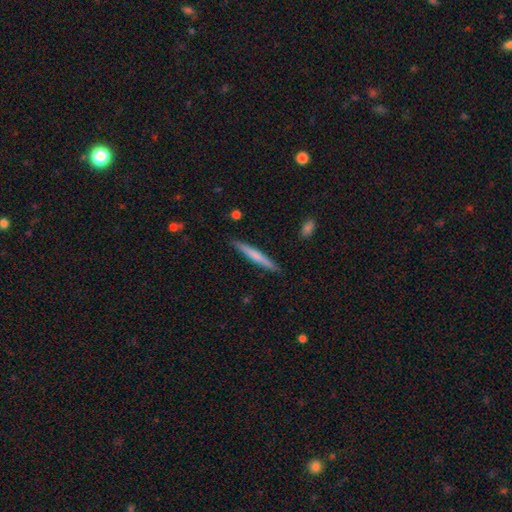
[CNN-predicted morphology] This is possibly a smooth galaxy (56%). How rounded: clearly cigar-shaped (96%). Merging: clearly none (91%).